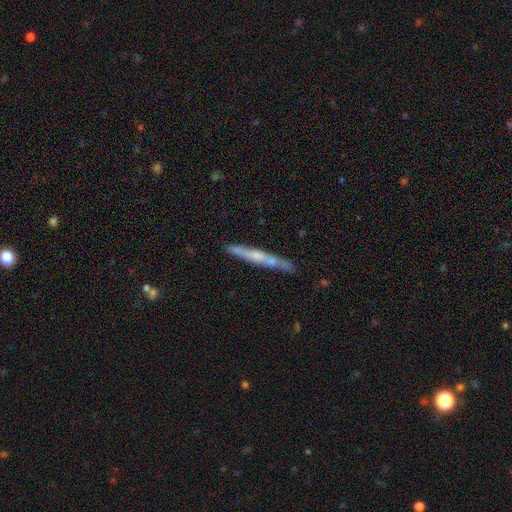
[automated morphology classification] A featured or disk galaxy (55%) viewed edge-on (89%). Merging: none (80%).